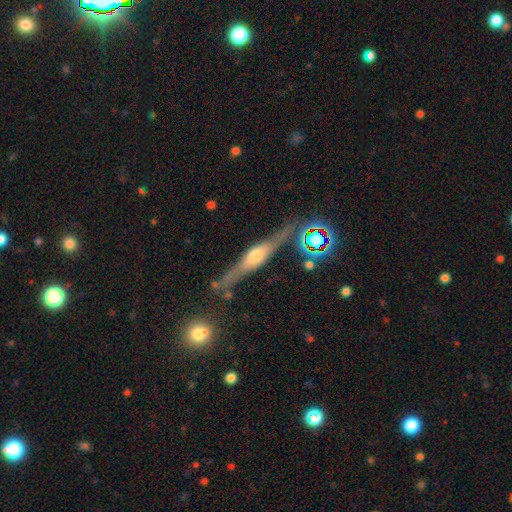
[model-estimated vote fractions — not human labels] featured or disk 74%, smooth 18%, star or artifact 8%. Down the decision tree: edge-on disk — yes (95%); edge-on bulge — rounded (84%); merging — none (79%).